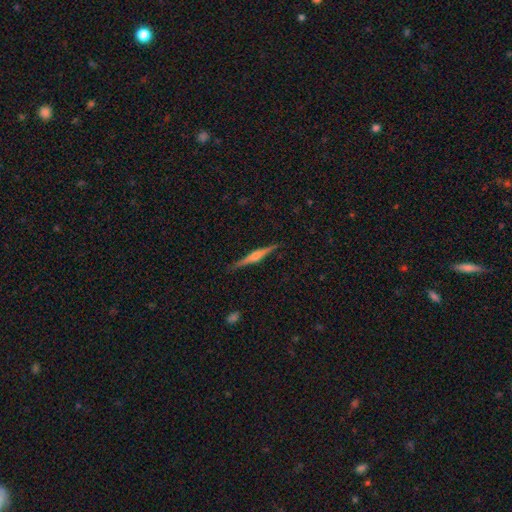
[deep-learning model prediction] Smooth or featured?
  - featured or disk: 77% *
  - smooth: 17%
  - star or artifact: 6%
Edge-on disk?
  - yes: 98% *
  - no: 2%
Edge-on bulge?
  - rounded: 83% *
  - boxy: 12%
  - none: 5%
Merging?
  - none: 90% *
  - minor disturbance: 7%
  - major disturbance: 1%
  - merger: 1%